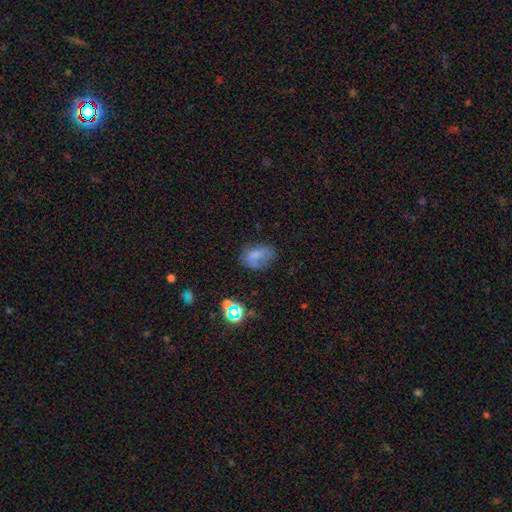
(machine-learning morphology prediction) Smooth or featured?
  - smooth: 64% *
  - featured or disk: 20%
  - star or artifact: 16%
How rounded?
  - in between: 76% *
  - round: 23%
  - cigar-shaped: 2%
Merging?
  - none: 47% *
  - minor disturbance: 29%
  - major disturbance: 20%
  - merger: 4%